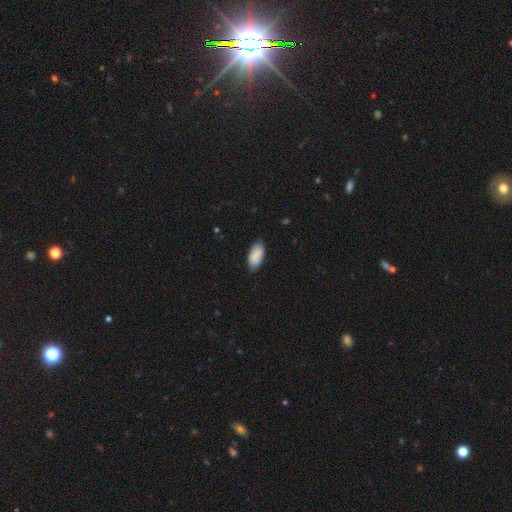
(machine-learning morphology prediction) Smooth or featured?
  - smooth: 88% *
  - star or artifact: 6%
  - featured or disk: 5%
How rounded?
  - in between: 92% *
  - cigar-shaped: 6%
  - round: 2%
Merging?
  - none: 81% *
  - minor disturbance: 15%
  - major disturbance: 3%
  - merger: 1%